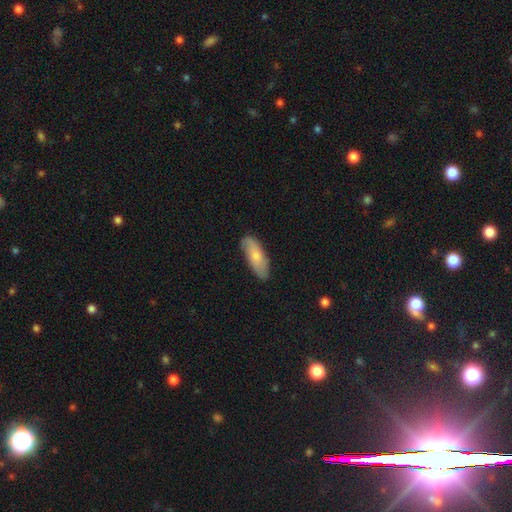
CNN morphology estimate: smooth-or-featured: smooth: 67% | featured or disk: 27% | star or artifact: 6%
  how-rounded: in between: 70% | cigar-shaped: 28% | round: 2%
  merging: none: 80% | minor disturbance: 16% | major disturbance: 3% | merger: 1%